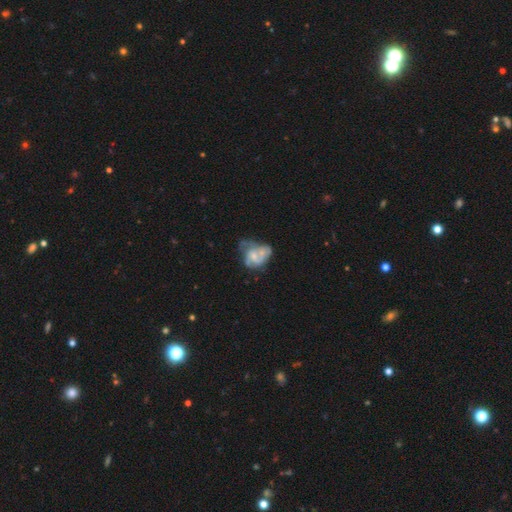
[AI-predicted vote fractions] Smooth or featured: featured or disk — 58% (smooth — 35%)
Edge-on disk: no — 98% (yes — 2%)
Bar: no — 70% (weak — 25%)
Spiral arms: yes — 60% (no — 40%)
Bulge size: small — 47% (moderate — 34%)
Merging: major disturbance — 28% (merger — 27%)